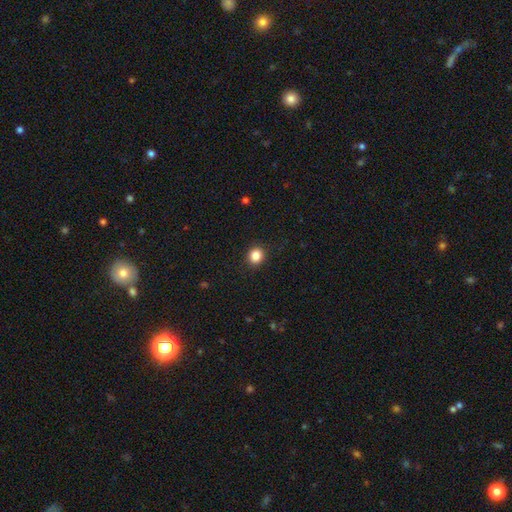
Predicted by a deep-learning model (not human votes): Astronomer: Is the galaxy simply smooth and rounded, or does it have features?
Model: smooth — 86%.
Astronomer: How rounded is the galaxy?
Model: round — 82%.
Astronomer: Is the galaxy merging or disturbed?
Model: none — 91%.